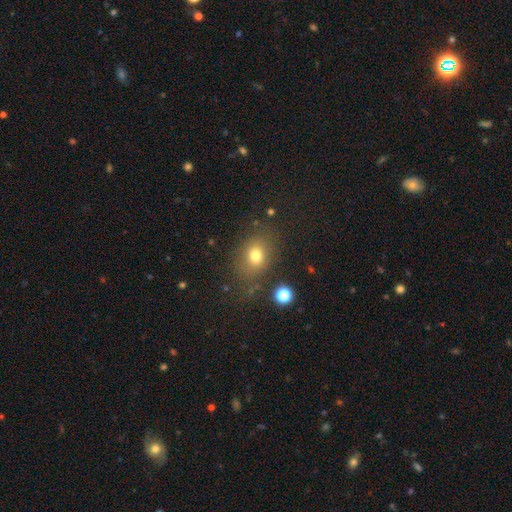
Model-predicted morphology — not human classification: A smooth galaxy with no disk features (74%) that is in between round and cigar-shaped (52%). Merging: none (73%).